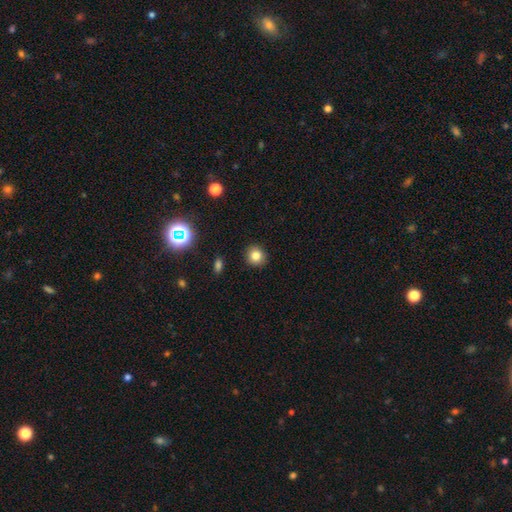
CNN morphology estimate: smooth 82%, star or artifact 12%, featured or disk 6%. Down the decision tree: how rounded — round (88%); merging — none (90%).